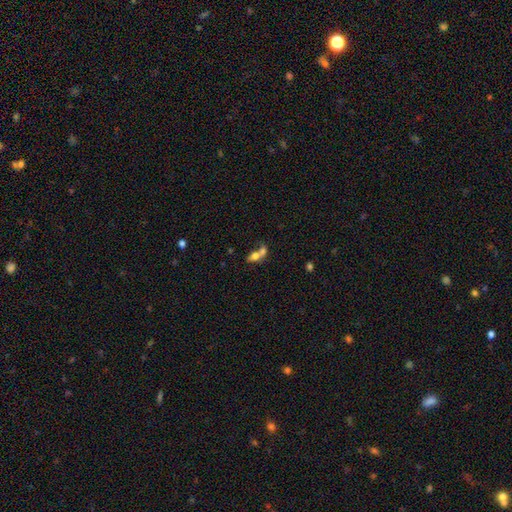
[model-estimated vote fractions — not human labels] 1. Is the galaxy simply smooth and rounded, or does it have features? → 68% smooth, 22% featured or disk, 10% star or artifact.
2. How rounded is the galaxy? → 72% in between, 23% round, 6% cigar-shaped.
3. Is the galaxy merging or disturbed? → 66% merger, 22% none, 7% minor disturbance, 5% major disturbance.